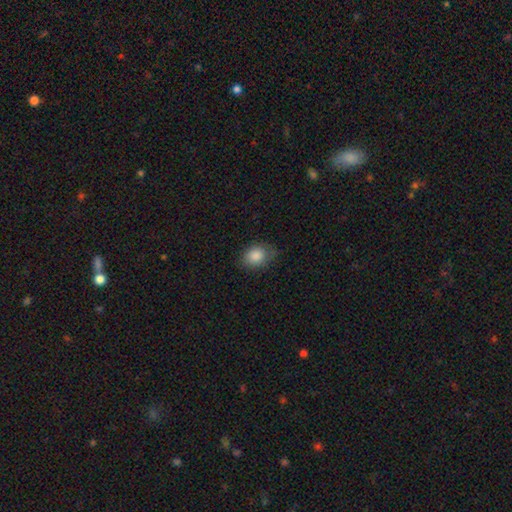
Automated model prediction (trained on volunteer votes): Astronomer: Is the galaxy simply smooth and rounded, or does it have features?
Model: smooth — 86%.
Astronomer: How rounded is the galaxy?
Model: in between — 60% (runner-up: round, 39%).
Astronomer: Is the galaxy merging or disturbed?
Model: none — 72%.